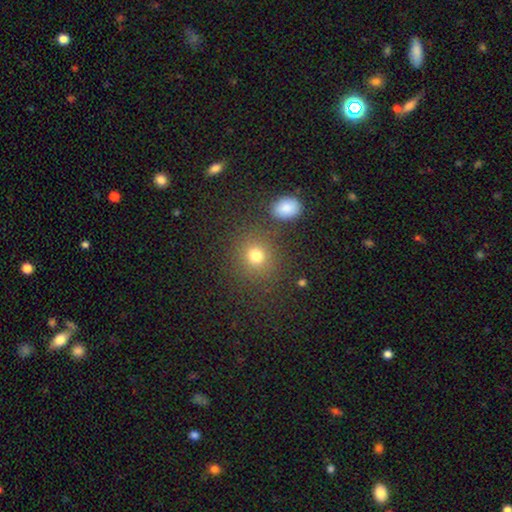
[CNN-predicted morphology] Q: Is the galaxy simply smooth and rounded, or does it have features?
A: smooth — 76%.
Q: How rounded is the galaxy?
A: round — 82%.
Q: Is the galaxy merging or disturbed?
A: none — 80%.